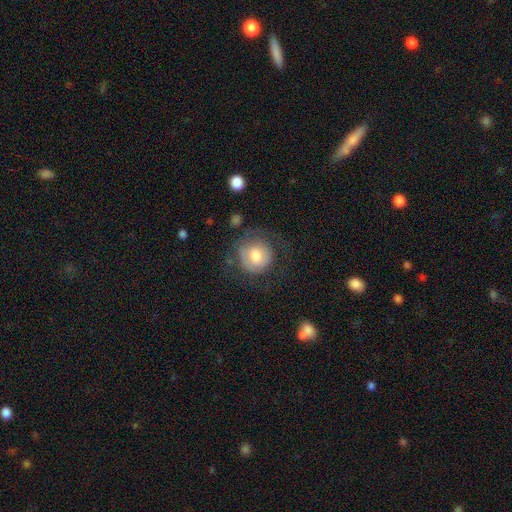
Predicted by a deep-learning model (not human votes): Smooth or featured? Predicted: smooth (p=0.66). How rounded? Predicted: round (p=0.88). Merging? Predicted: none (p=0.57).